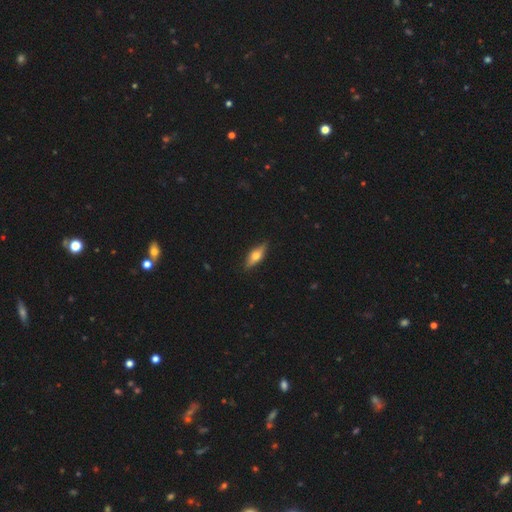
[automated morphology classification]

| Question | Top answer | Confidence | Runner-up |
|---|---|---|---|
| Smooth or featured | featured or disk | 53% | smooth (40%) |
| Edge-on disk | yes | 91% | no (9%) |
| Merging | none | 88% | minor disturbance (10%) |